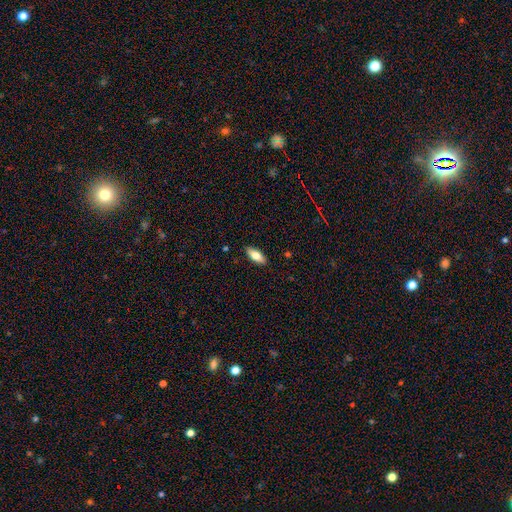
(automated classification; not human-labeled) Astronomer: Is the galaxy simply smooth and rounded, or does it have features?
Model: smooth — 74%.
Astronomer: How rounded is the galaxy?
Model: in between — 78%.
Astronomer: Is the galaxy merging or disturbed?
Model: none — 89%.